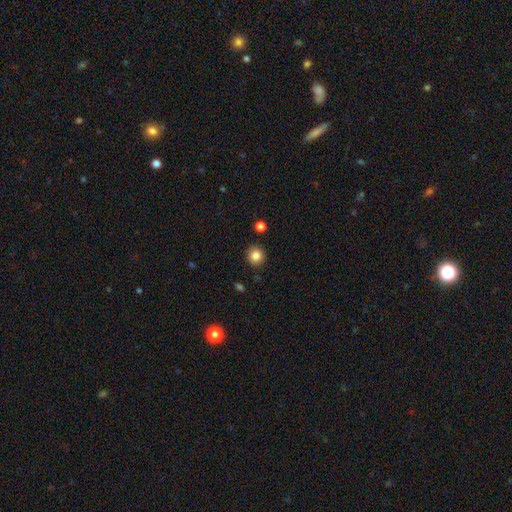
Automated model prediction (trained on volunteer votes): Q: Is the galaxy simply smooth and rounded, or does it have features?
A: smooth — 84%.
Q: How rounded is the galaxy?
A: round — 90%.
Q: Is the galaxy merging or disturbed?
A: none — 90%.